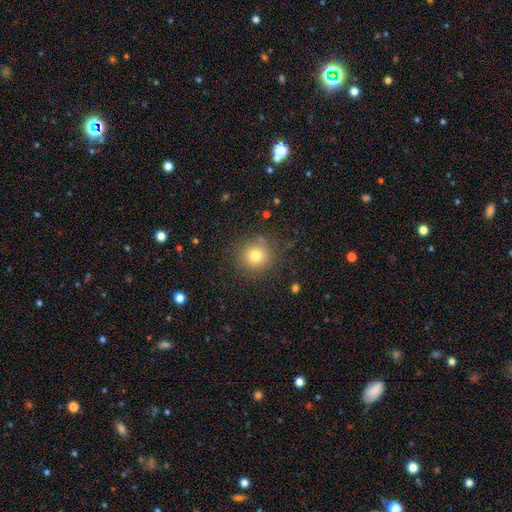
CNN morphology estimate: This appears to be a smooth galaxy with no disk features (76%) that is round (93%). Merging: none (85%).